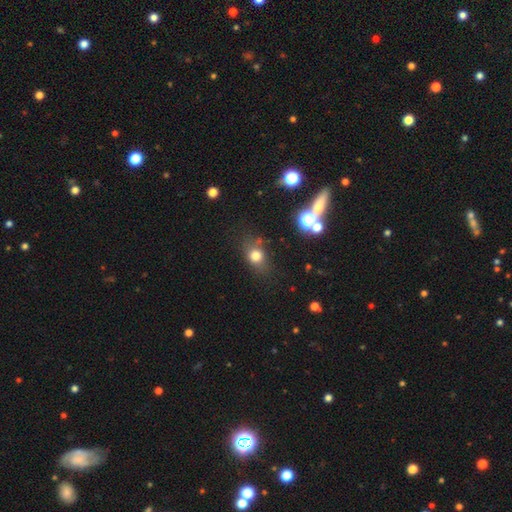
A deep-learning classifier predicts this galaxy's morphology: Overall: smooth (74%). How rounded: round (52%; in between 45%). Merging: none (69%).